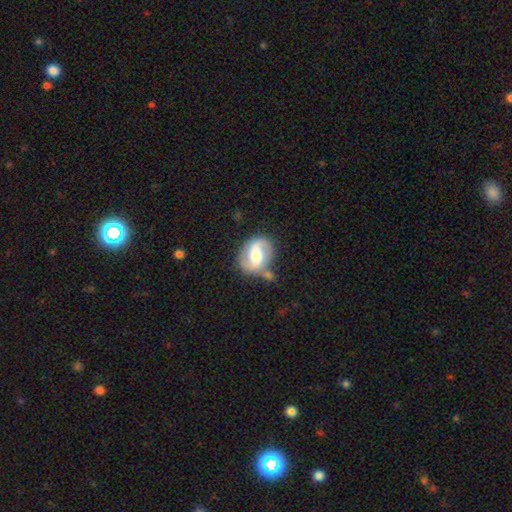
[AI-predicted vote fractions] Overall: featured or disk (71%). Edge-on disk: no (96%). Bar: weak (41%; strong 38%). Spiral arms: yes (85%). Spiral arm count: 2 (87%). Spiral winding: loose (44%; medium 41%). Bulge size: moderate (61%). Merging: none (61%).